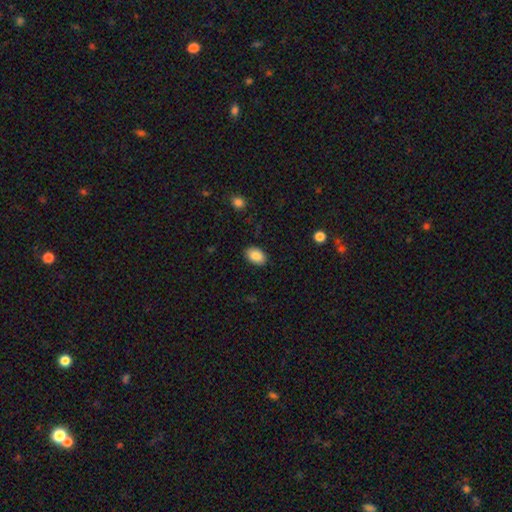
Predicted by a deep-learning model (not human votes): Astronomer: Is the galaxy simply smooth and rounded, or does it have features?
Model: smooth — 87%.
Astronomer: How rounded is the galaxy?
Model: in between — 89%.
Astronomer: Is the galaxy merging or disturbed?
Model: none — 88%.